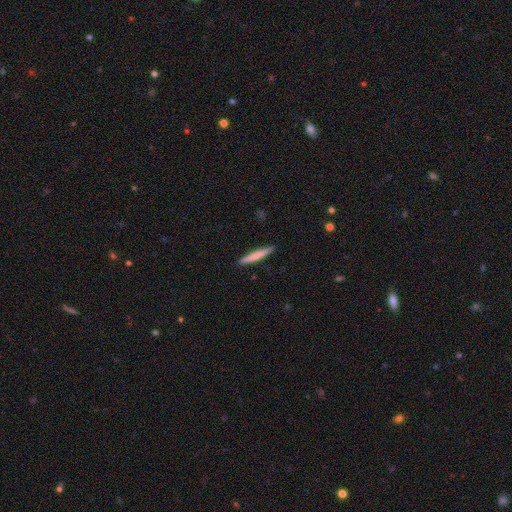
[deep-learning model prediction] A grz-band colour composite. It shows a smooth galaxy with no disk features (70%) that is cigar-shaped (96%). Merging: none (92%).